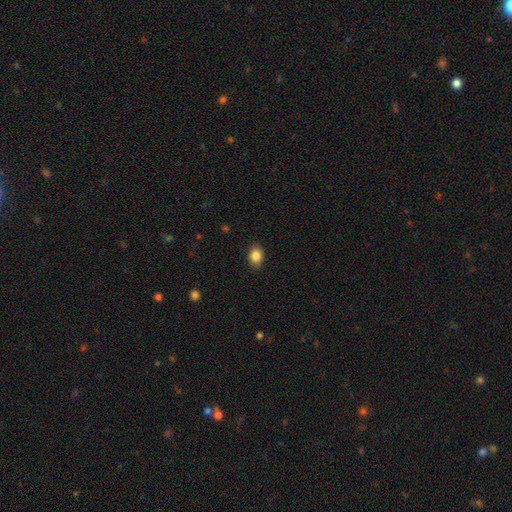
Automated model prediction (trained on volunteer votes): Morphology: type=smooth (86%); roundness=in between (66%); merging=none (85%).